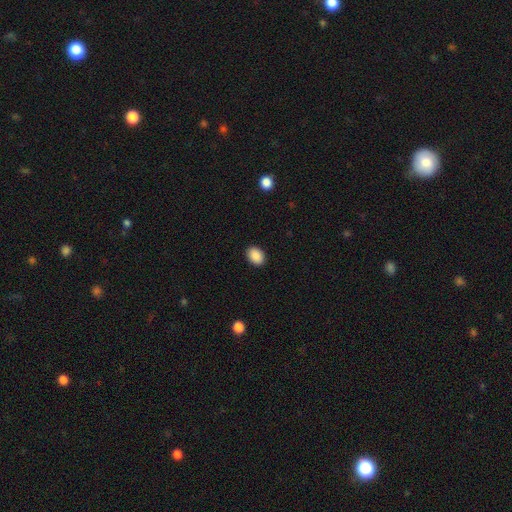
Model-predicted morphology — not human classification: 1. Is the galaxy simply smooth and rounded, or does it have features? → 90% smooth, 7% star or artifact, 3% featured or disk.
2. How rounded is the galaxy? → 72% in between, 27% round, 1% cigar-shaped.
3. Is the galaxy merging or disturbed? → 91% none, 7% minor disturbance, 2% major disturbance, 1% merger.